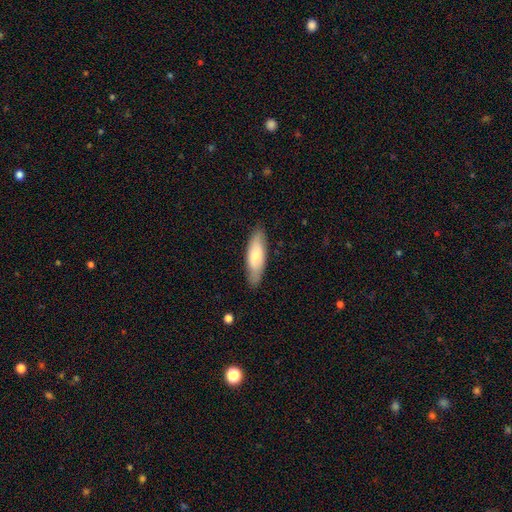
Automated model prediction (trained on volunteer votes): Overall: smooth (72%). How rounded: in between (51%; cigar-shaped 48%). Merging: none (83%).